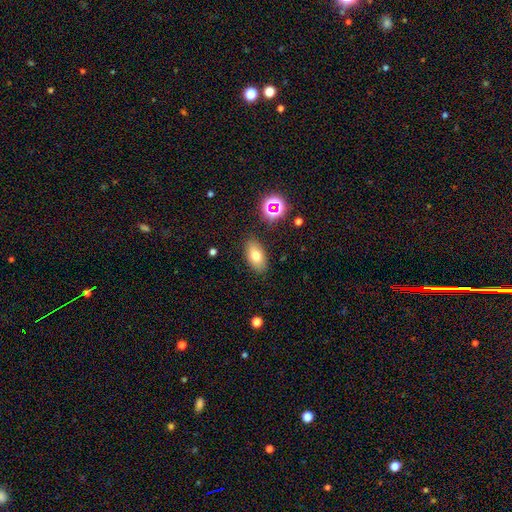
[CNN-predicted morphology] A smooth galaxy with no disk features (74%) that is in between round and cigar-shaped (91%). Merging: none (85%).